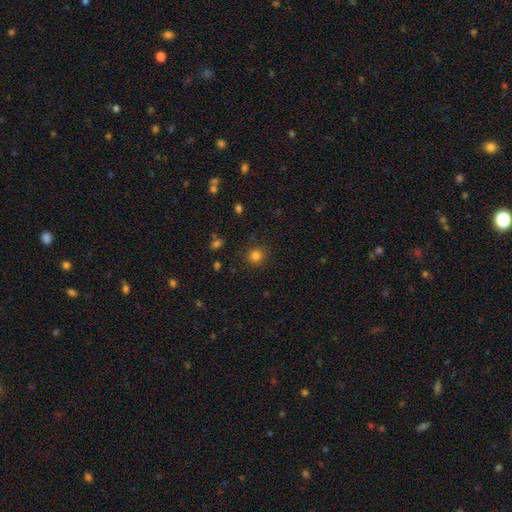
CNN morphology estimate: Smooth or featured? smooth (82%)
How rounded? round (92%)
Merging? none (89%)